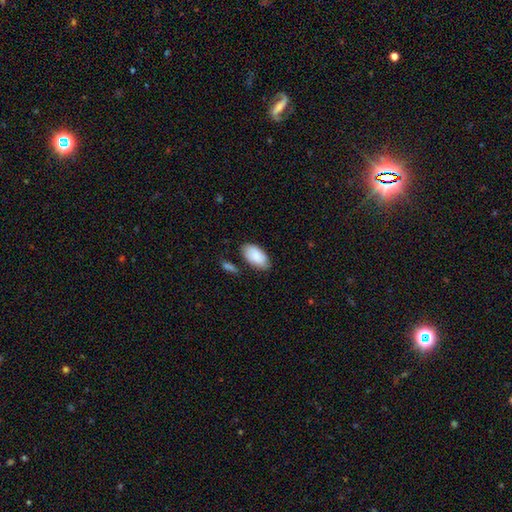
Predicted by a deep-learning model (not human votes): A smooth galaxy with no disk features (87%) that is in between round and cigar-shaped (95%).

Vote fractions:
- Smooth or featured? smooth: 87% / featured or disk: 7% / star or artifact: 6%
- How rounded? in between: 95% / cigar-shaped: 2% / round: 2%
- Merging? none: 74% / minor disturbance: 18% / merger: 4% / major disturbance: 4%